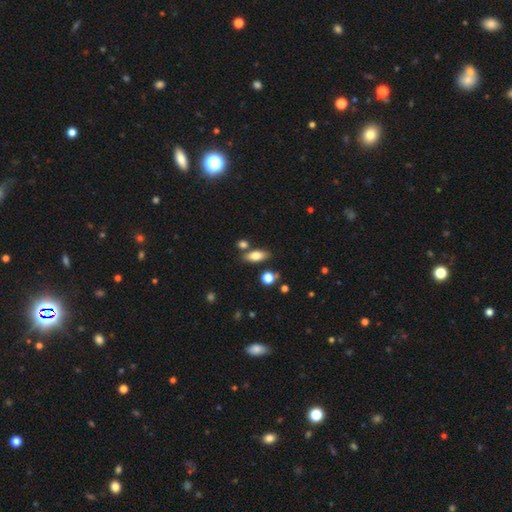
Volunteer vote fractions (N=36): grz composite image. It shows a smooth galaxy with no disk features (75%) that is in between round and cigar-shaped (85%). Merging: none (80%).